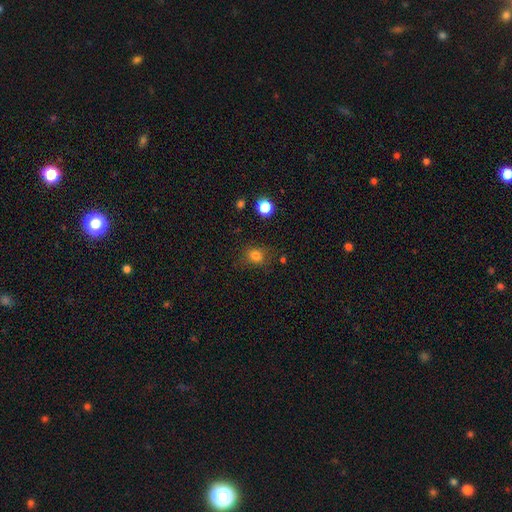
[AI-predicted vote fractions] This is clearly a smooth galaxy (80%). How rounded: likely round (64%). Merging: likely none (75%).